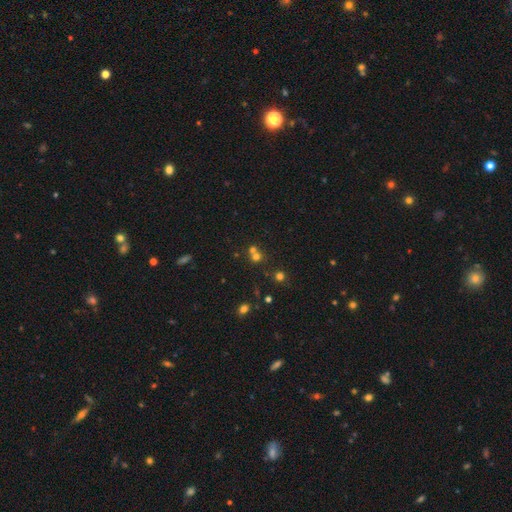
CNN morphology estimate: A smooth galaxy with no disk features (55%) that is round (86%). Merging: none (51%).